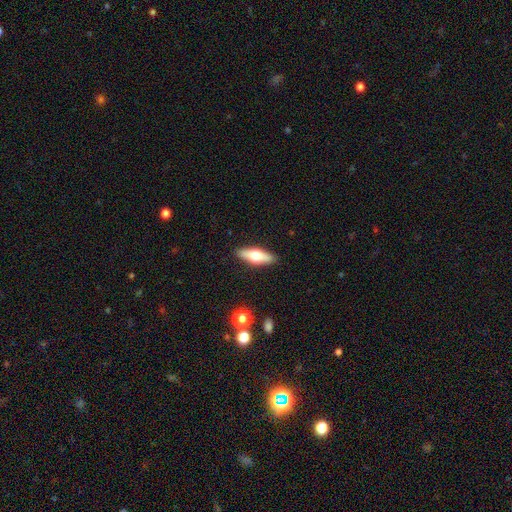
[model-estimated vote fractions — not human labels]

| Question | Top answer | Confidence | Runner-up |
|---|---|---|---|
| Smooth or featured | smooth | 55% | featured or disk (38%) |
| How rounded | in between | 57% | cigar-shaped (40%) |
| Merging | none | 89% | minor disturbance (8%) |